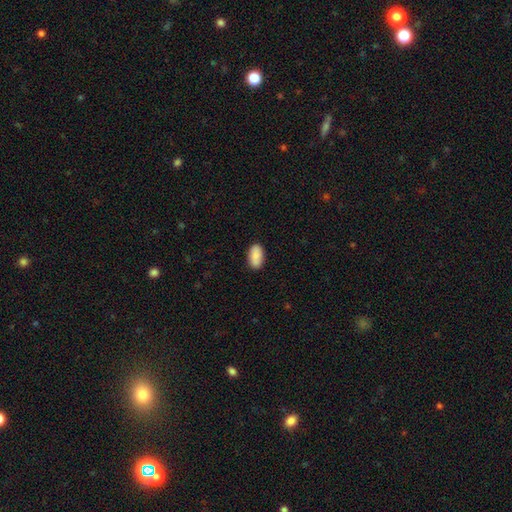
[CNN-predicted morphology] Overall: smooth (88%). How rounded: in between (94%). Merging: none (87%).